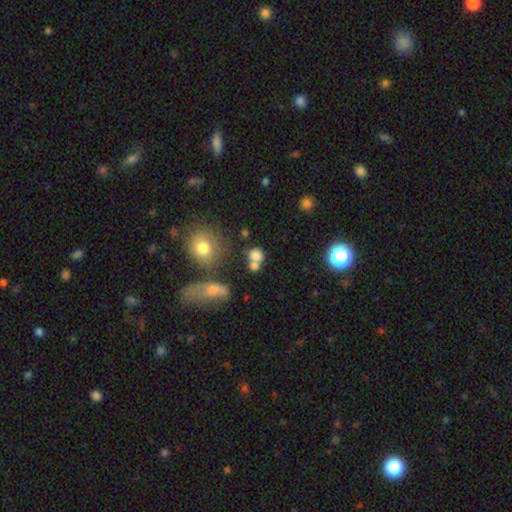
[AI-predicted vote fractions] Morphology: type=smooth (75%); roundness=round (67%); merging=merger (44%).